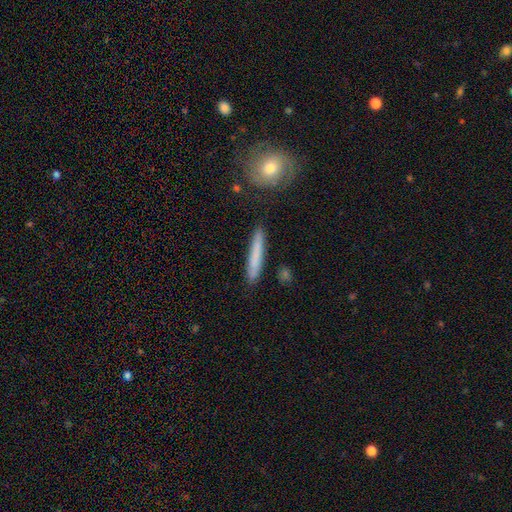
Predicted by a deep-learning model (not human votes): Smooth or featured?
  - smooth: 71% *
  - featured or disk: 23%
  - star or artifact: 6%
How rounded?
  - cigar-shaped: 95% *
  - in between: 4%
  - round: 2%
Merging?
  - none: 87% *
  - minor disturbance: 9%
  - merger: 2%
  - major disturbance: 2%